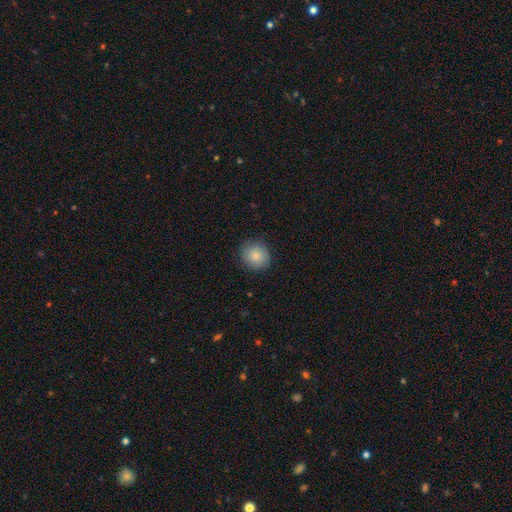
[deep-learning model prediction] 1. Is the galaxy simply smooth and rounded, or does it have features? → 85% smooth, 8% star or artifact, 7% featured or disk.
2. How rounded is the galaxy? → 85% round, 14% in between, 1% cigar-shaped.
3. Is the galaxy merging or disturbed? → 86% none, 10% minor disturbance, 2% major disturbance, 1% merger.